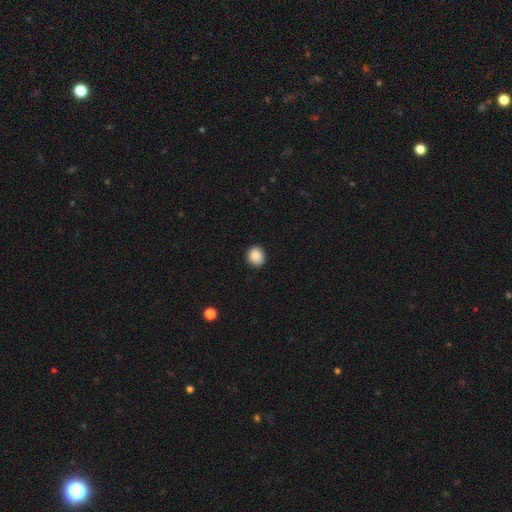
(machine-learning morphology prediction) Overall: smooth (89%). How rounded: round (77%). Merging: none (91%).